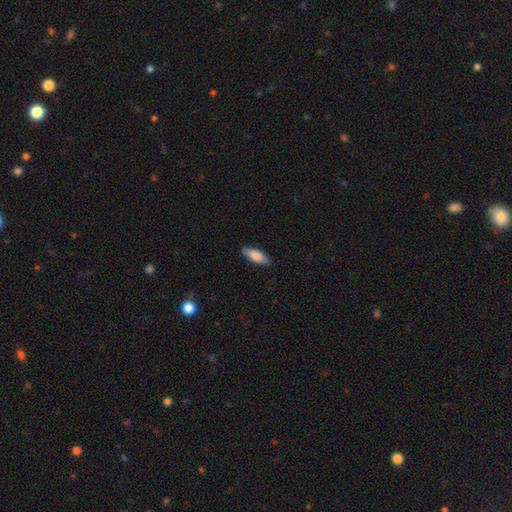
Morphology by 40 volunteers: type=smooth (80%); roundness=in between (72%); merging=none (82%).